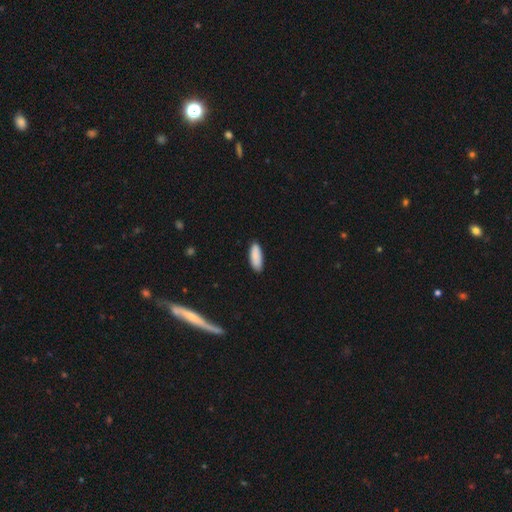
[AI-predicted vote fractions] Smooth or featured?
  - smooth: 89% *
  - star or artifact: 6%
  - featured or disk: 5%
How rounded?
  - in between: 71% *
  - cigar-shaped: 27%
  - round: 2%
Merging?
  - none: 86% *
  - minor disturbance: 11%
  - major disturbance: 2%
  - merger: 1%